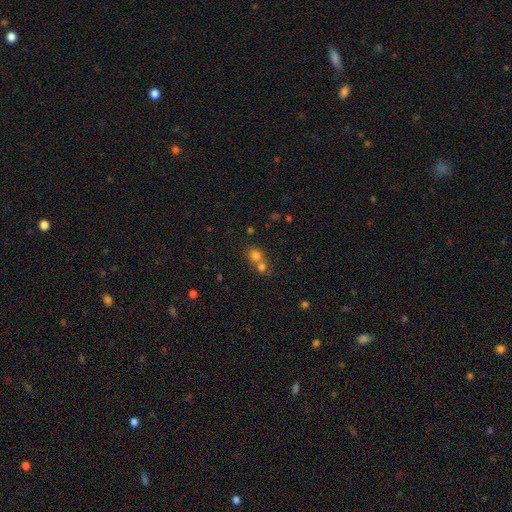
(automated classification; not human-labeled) Q: Smooth or featured?
A: smooth (75%); runner-up: star or artifact (14%)
Q: How rounded?
A: round (75%); runner-up: in between (24%)
Q: Merging?
A: merger (58%); runner-up: none (34%)